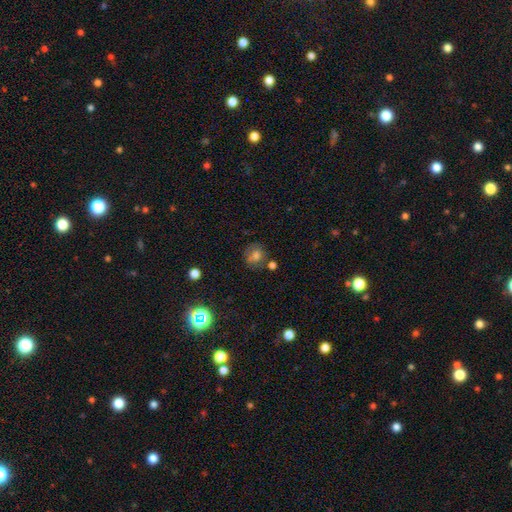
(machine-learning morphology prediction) A smooth galaxy with no disk features (65%) that is round (72%).

Vote fractions:
- Smooth or featured? smooth: 65% / featured or disk: 19% / star or artifact: 17%
- How rounded? round: 72% / in between: 27% / cigar-shaped: 1%
- Merging? none: 60% / minor disturbance: 20% / merger: 11% / major disturbance: 9%